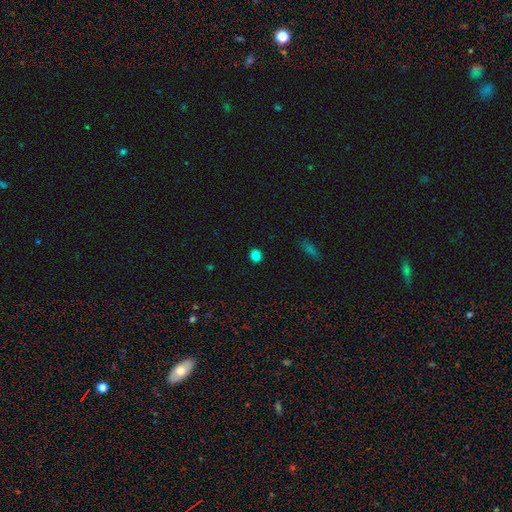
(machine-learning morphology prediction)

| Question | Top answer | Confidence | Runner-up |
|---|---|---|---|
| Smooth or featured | smooth | 84% | star or artifact (12%) |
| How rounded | round | 82% | in between (17%) |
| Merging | none | 91% | minor disturbance (6%) |